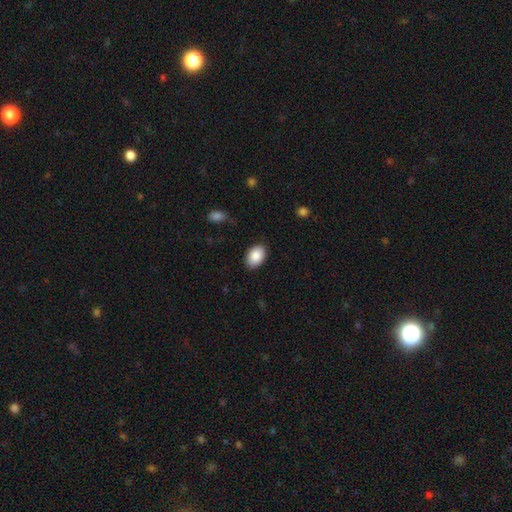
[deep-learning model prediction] smooth_or_featured: smooth (p=0.88) [alt: star or artifact p=0.07]
how_rounded: in between (p=0.86) [alt: round p=0.13]
merging: none (p=0.86) [alt: minor disturbance p=0.11]